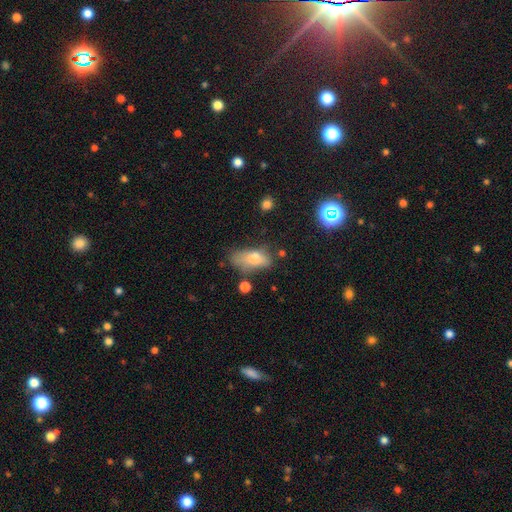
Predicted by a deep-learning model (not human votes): This appears to be a smooth galaxy with no disk features (73%) that is in between round and cigar-shaped (87%). Merging: none (36%).